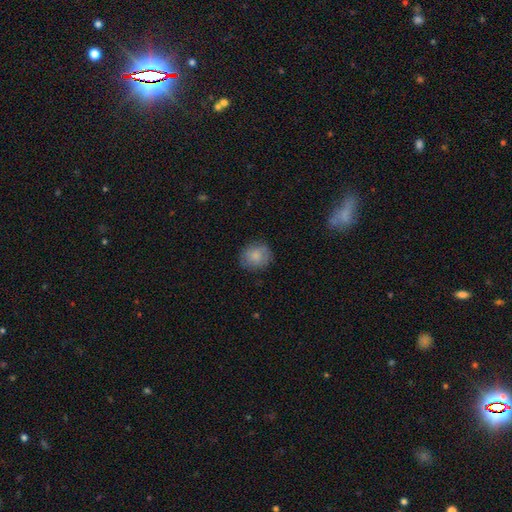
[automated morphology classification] Smooth or featured: smooth — 77% (featured or disk — 16%)
How rounded: round — 80% (in between — 20%)
Merging: none — 82% (minor disturbance — 14%)